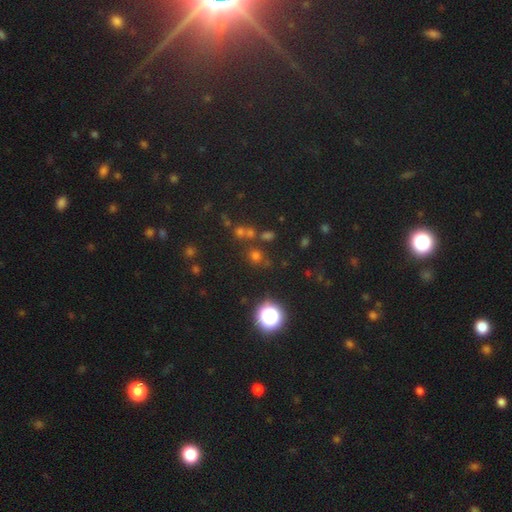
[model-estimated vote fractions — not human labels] This appears to be a star or artifact, not a galaxy (47%).